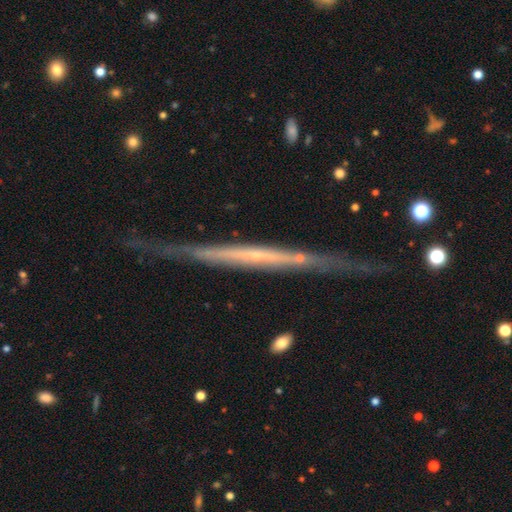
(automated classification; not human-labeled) smooth_or_featured: featured or disk (p=0.77) [alt: smooth p=0.16]
disk_edge_on: yes (p=0.96) [alt: no p=0.04]
edge_on_bulge: none (p=0.79) [alt: rounded p=0.13]
merging: none (p=0.80) [alt: minor disturbance p=0.15]